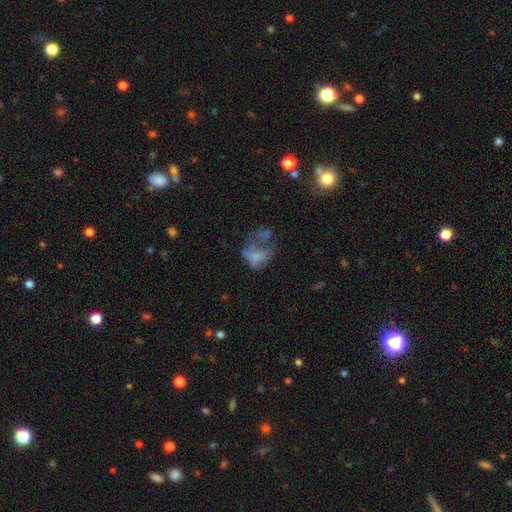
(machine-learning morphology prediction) smooth 51%, featured or disk 34%, star or artifact 14%. Down the decision tree: how rounded — in between (76%); merging — major disturbance (40%).